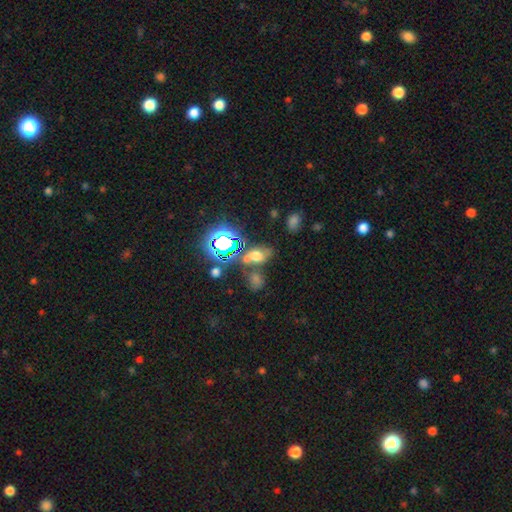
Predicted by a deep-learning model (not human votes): Smooth or featured: smooth — 50% (star or artifact — 35%)
How rounded: in between — 77% (round — 20%)
Merging: none — 48% (merger — 27%)